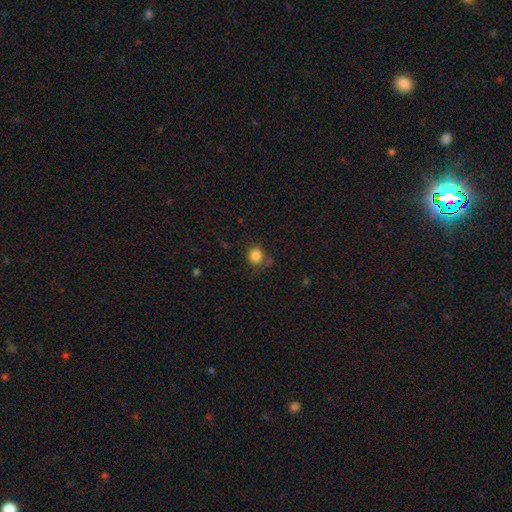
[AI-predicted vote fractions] Smooth or featured? Predicted: smooth (p=0.84). How rounded? Predicted: round (p=0.86). Merging? Predicted: none (p=0.70).